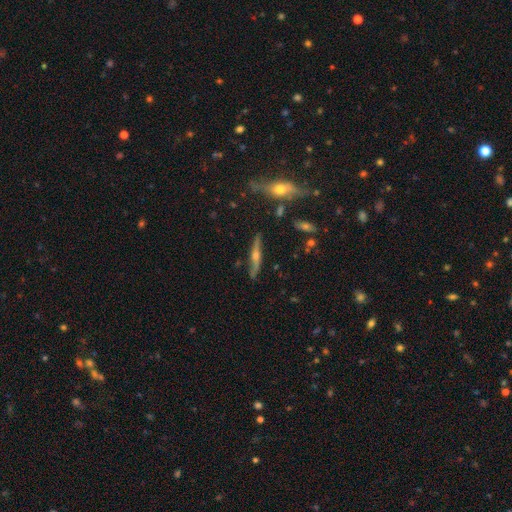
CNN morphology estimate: The model was most divided on "smooth or featured": featured or disk: 73%, smooth: 20%, star or artifact: 7%. More confident: edge-on bulge — rounded (90%); edge-on disk — yes (88%); merging — none (80%).